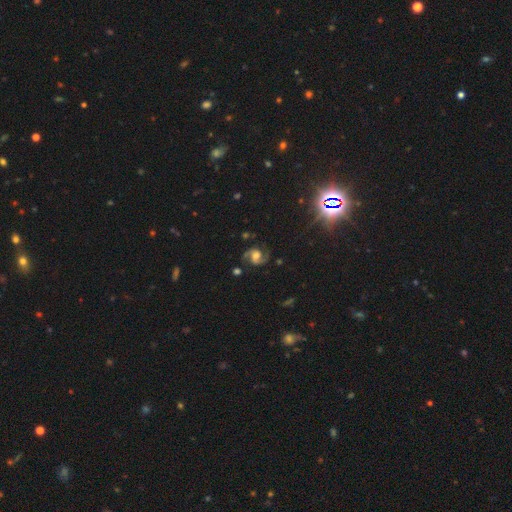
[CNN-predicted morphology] type=featured or disk (86%); edge-on=no (98%); bar=no (47%); spiral arms=yes (98%); winding=medium (61%); arm count=2 (93%); bulge=moderate (48%); merging=none (79%).